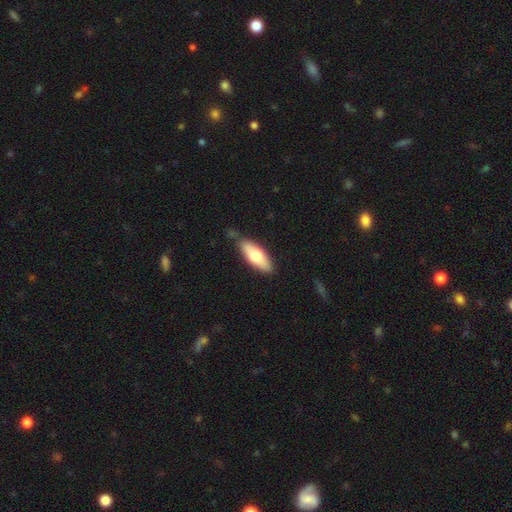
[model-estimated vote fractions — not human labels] Morphology: type=smooth (68%); roundness=in between (66%); merging=none (79%).